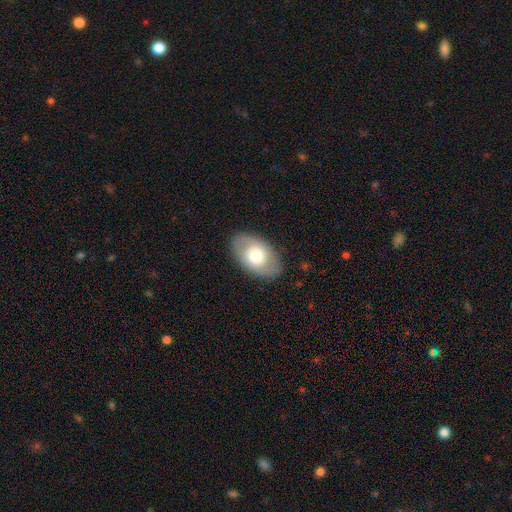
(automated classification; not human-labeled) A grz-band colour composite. It shows a smooth galaxy with no disk features (63%) that is in between round and cigar-shaped (91%). Merging: none (85%).